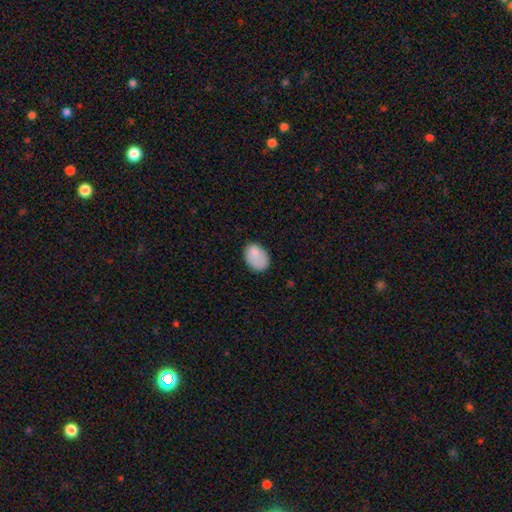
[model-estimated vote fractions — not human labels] Overall: smooth (84%). How rounded: in between (81%). Merging: none (63%; minor disturbance 26%).